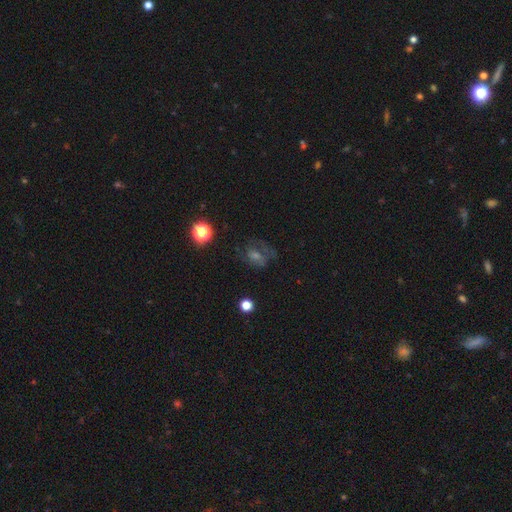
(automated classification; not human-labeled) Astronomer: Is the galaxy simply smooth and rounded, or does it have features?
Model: featured or disk — 41% (runner-up: smooth, 32%).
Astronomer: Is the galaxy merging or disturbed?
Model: none — 56%.